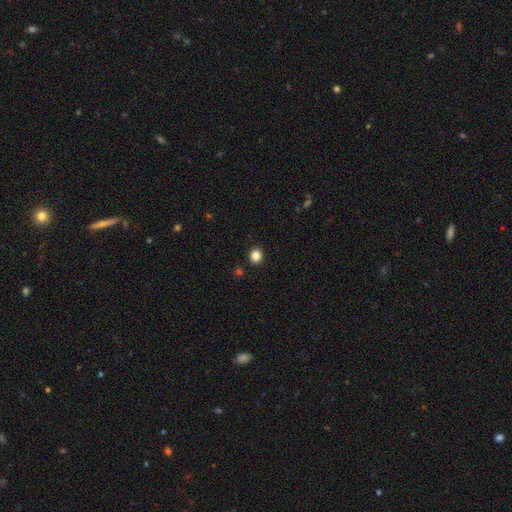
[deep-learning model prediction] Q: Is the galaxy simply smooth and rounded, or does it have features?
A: smooth — 85%.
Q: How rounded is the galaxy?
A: round — 79%.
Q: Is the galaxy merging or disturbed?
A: none — 91%.